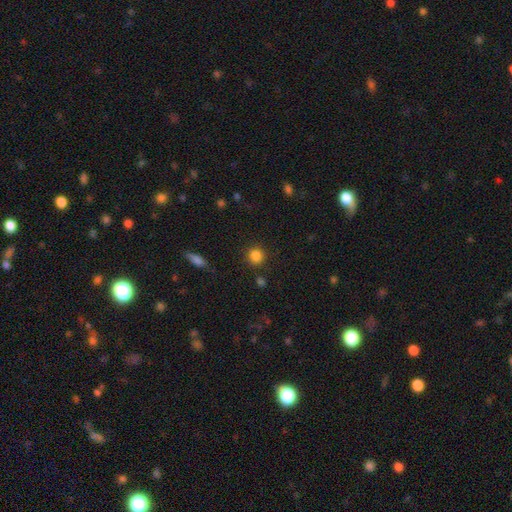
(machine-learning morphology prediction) smooth-or-featured: smooth: 85% | star or artifact: 11% | featured or disk: 4%
  how-rounded: round: 89% | in between: 9% | cigar-shaped: 1%
  merging: none: 88% | minor disturbance: 7% | major disturbance: 3% | merger: 2%